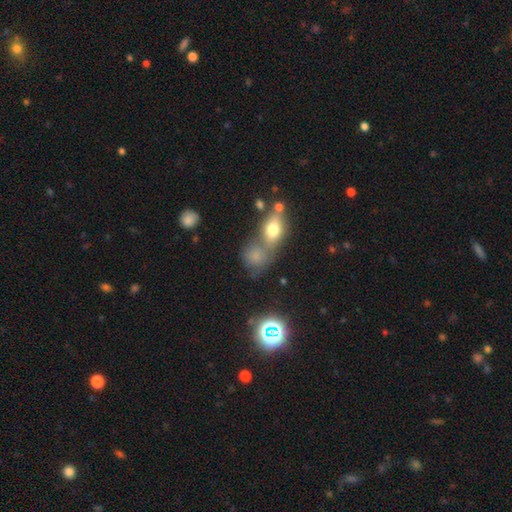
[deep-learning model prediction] smooth 70%, star or artifact 17%, featured or disk 13%. Down the decision tree: how rounded — round (60%); merging — none (40%, tied with merger).